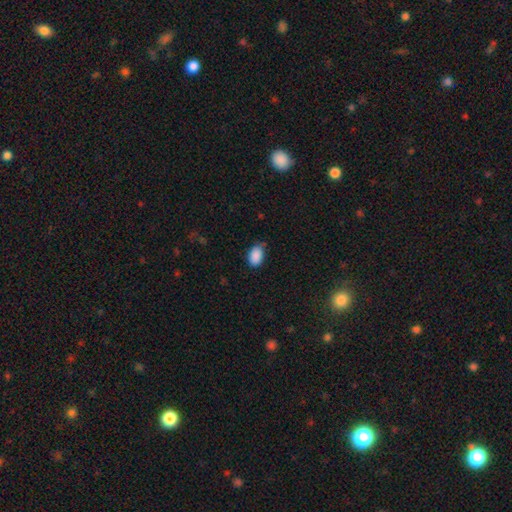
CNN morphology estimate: type=smooth (89%); roundness=in between (87%); merging=none (73%).